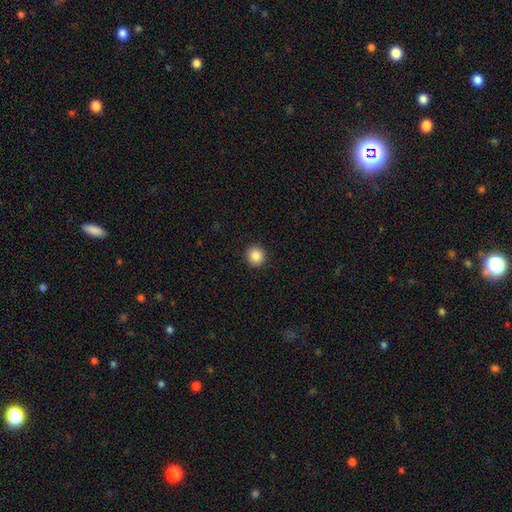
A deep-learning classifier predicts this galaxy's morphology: smooth_or_featured: smooth (p=0.87) [alt: star or artifact p=0.10]
how_rounded: round (p=0.93) [alt: in between p=0.06]
merging: none (p=0.93) [alt: minor disturbance p=0.05]